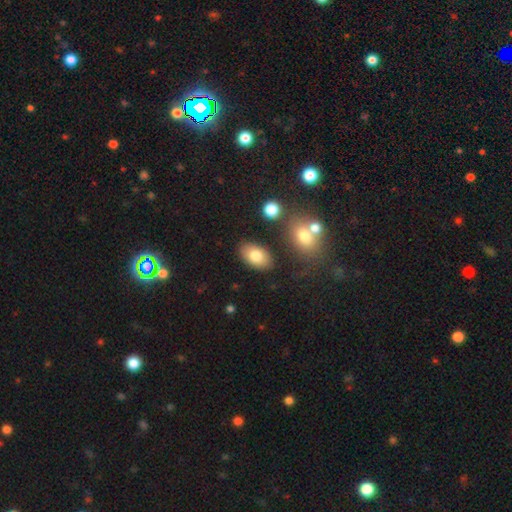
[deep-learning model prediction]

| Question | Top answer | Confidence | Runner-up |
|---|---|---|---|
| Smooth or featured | smooth | 79% | featured or disk (13%) |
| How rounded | in between | 91% | round (8%) |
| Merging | none | 82% | minor disturbance (10%) |